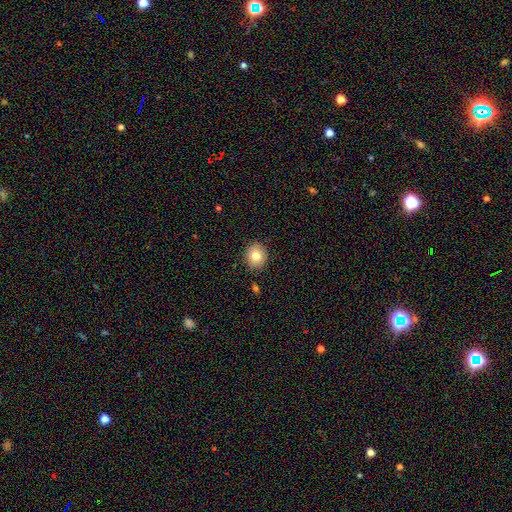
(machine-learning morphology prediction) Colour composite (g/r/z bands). It shows a smooth galaxy with no disk features (81%) that is round (75%). Merging: none (88%).